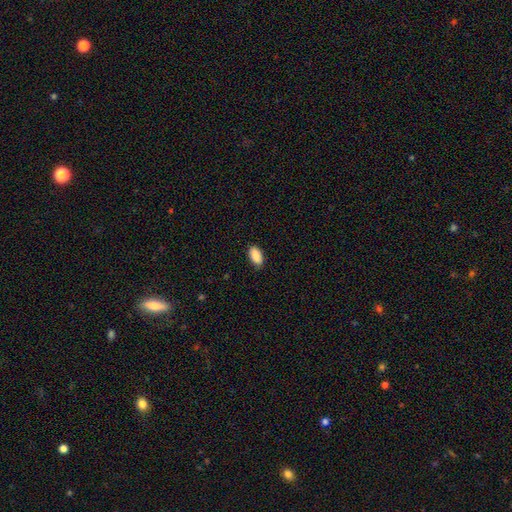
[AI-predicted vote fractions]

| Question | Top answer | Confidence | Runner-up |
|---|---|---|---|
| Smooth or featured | smooth | 90% | star or artifact (6%) |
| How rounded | in between | 94% | cigar-shaped (3%) |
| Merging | none | 86% | minor disturbance (11%) |